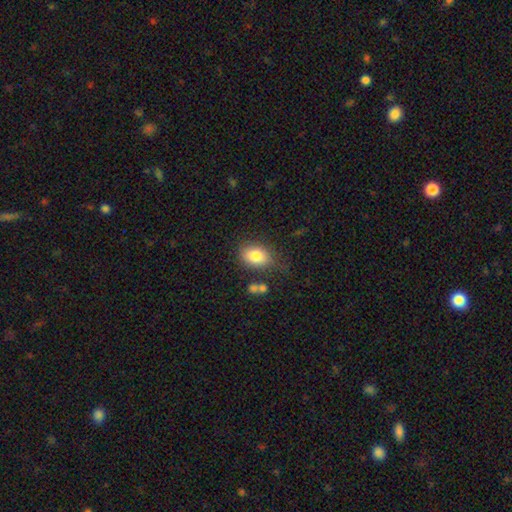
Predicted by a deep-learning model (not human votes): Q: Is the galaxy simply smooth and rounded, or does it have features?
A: smooth — 82%.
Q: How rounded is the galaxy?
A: in between — 73%.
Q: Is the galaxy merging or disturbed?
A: none — 71%.